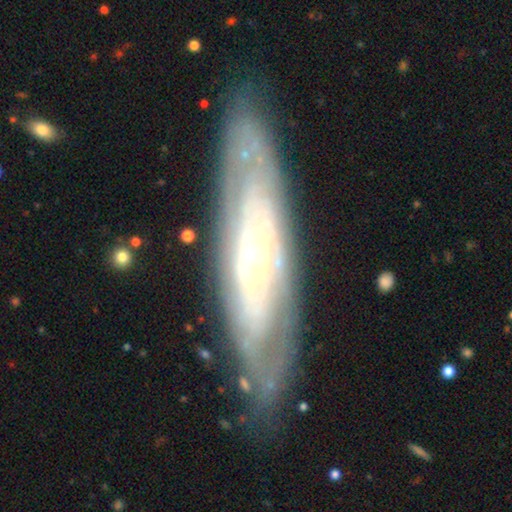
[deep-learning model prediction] Smooth or featured: featured or disk — 79% (smooth — 15%)
Edge-on disk: no — 70% (yes — 30%)
Bar: no — 69% (weak — 21%)
Spiral arms: yes — 70% (no — 30%)
Bulge size: small — 66% (moderate — 29%)
Merging: none — 82% (minor disturbance — 13%)